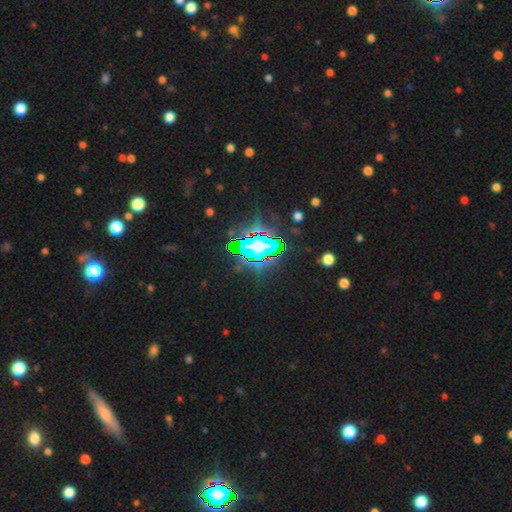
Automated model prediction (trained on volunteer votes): star or artifact 84%, smooth 9%, featured or disk 7%.